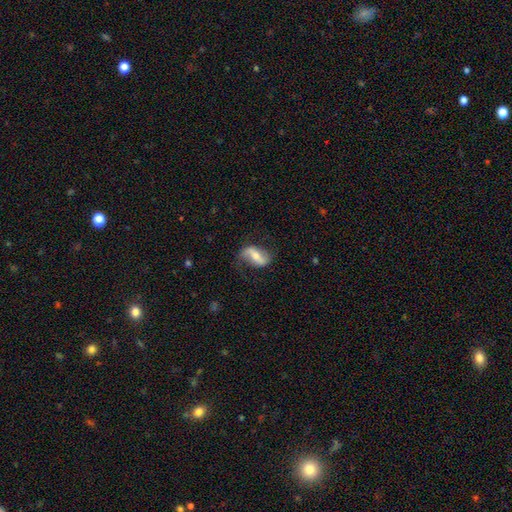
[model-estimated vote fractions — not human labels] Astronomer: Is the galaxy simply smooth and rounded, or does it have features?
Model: featured or disk — 67%.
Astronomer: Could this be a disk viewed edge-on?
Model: no — 93%.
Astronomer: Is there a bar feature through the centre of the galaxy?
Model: strong — 49% (runner-up: weak, 31%).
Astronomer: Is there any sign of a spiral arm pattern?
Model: yes — 84%.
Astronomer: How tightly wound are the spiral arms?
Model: loose — 64%.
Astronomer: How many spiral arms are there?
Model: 2 — 85%.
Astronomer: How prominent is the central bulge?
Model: moderate — 55% (runner-up: small, 36%).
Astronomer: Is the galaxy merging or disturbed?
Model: none — 67%.